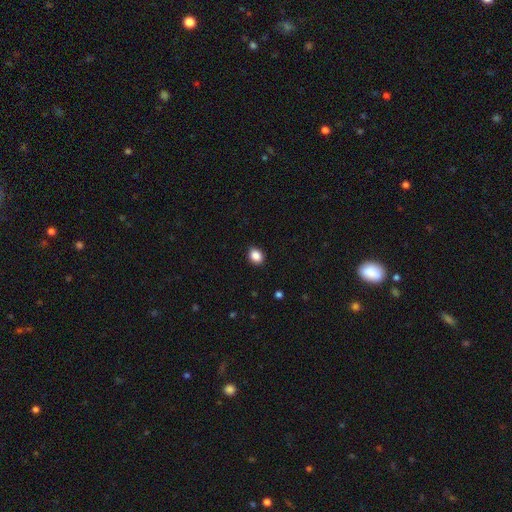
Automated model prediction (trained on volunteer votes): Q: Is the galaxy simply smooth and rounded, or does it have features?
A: smooth — 87%.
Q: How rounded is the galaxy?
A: in between — 55%.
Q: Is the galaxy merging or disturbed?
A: none — 90%.